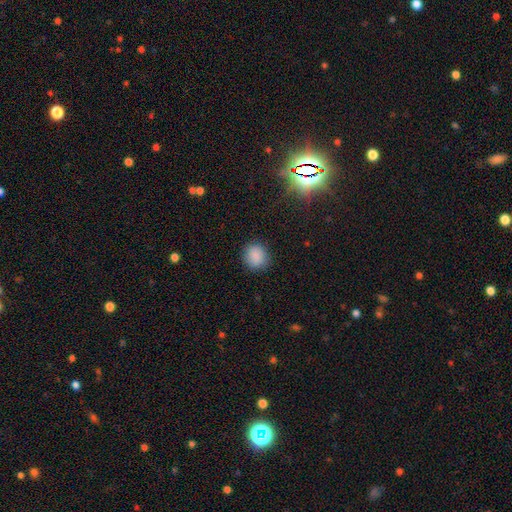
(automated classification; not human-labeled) A smooth galaxy with no disk features (86%) that is round (77%). Merging: none (85%).